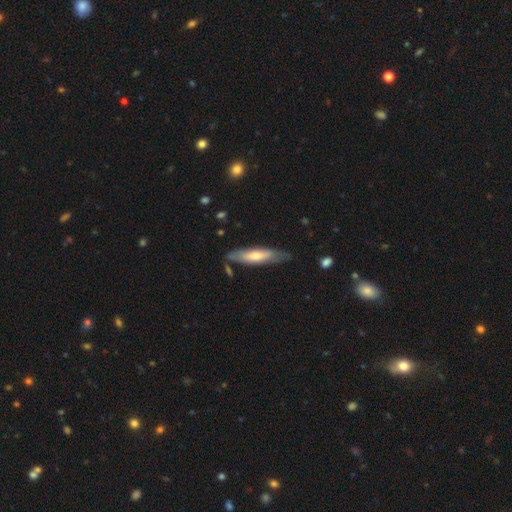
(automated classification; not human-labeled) A smooth galaxy with no disk features (53%) that is cigar-shaped (71%).

Vote fractions:
- Smooth or featured? smooth: 53% / featured or disk: 42% / star or artifact: 5%
- How rounded? cigar-shaped: 71% / in between: 27% / round: 2%
- Merging? none: 74% / minor disturbance: 18% / major disturbance: 4% / merger: 3%